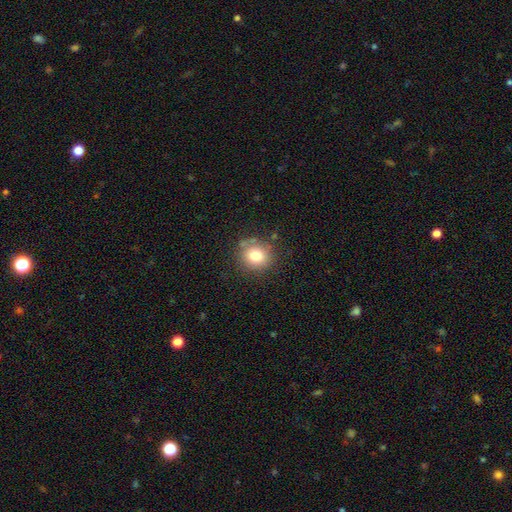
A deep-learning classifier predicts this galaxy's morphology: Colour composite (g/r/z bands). It shows a smooth galaxy with no disk features (77%) that is round (87%). Merging: none (79%).